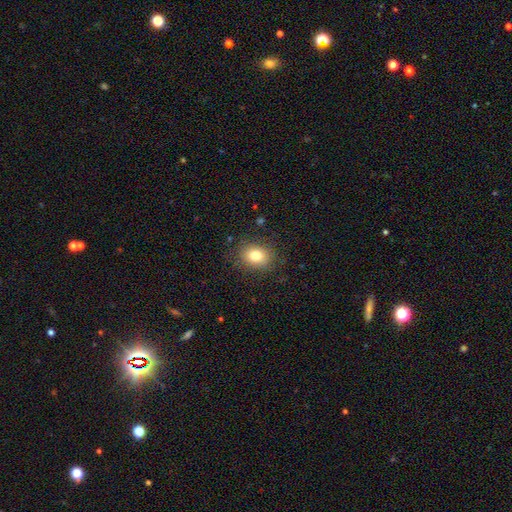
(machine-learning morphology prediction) smooth 80%, star or artifact 11%, featured or disk 9%. Down the decision tree: how rounded — in between (51%); merging — none (85%).